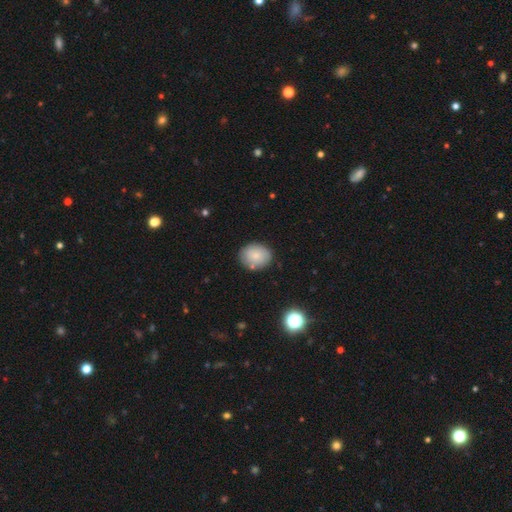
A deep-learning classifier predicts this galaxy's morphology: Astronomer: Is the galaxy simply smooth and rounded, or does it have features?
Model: smooth — 78%.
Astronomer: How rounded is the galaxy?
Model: round — 53% (runner-up: in between, 46%).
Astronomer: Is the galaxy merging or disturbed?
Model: none — 80%.